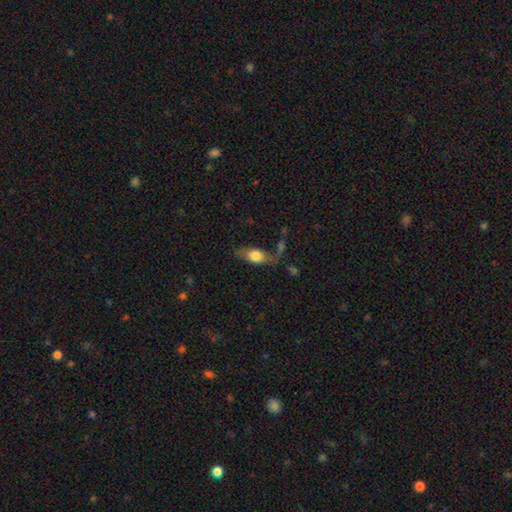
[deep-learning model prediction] Smooth or featured?
  - smooth: 65% *
  - featured or disk: 27%
  - star or artifact: 8%
How rounded?
  - in between: 79% *
  - cigar-shaped: 13%
  - round: 8%
Merging?
  - none: 56% *
  - minor disturbance: 21%
  - major disturbance: 12%
  - merger: 11%